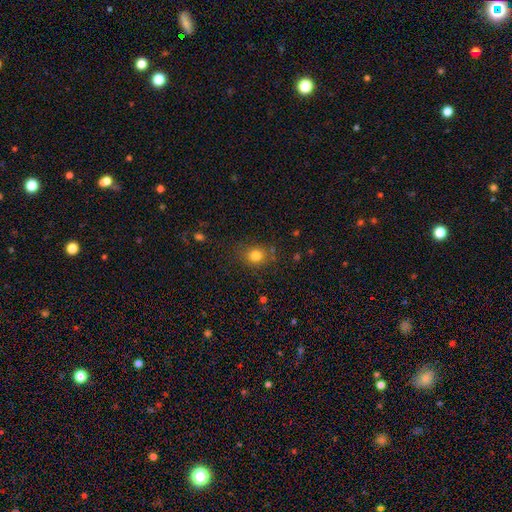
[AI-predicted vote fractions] Overall: smooth (80%). How rounded: round (66%; in between 33%). Merging: none (79%).